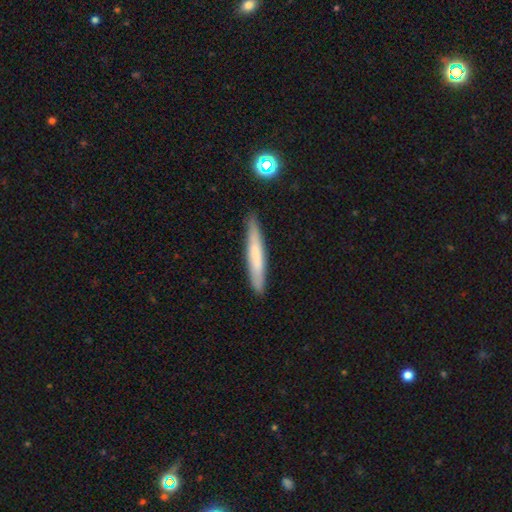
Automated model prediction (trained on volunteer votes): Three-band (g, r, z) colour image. It shows a smooth galaxy with no disk features (65%) that is cigar-shaped (94%). Merging: none (86%).